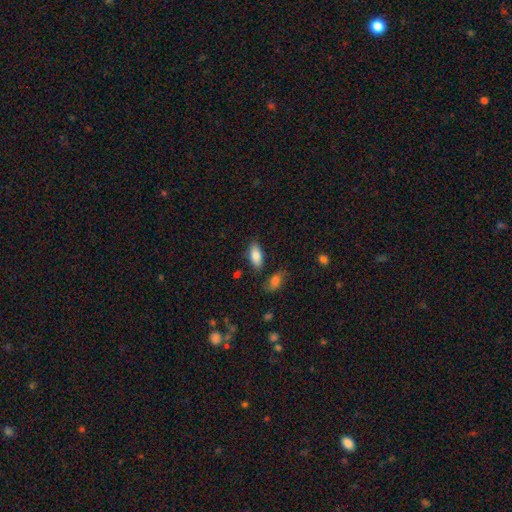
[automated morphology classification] smooth_or_featured: smooth (p=0.85) [alt: featured or disk p=0.09]
how_rounded: in between (p=0.90) [alt: cigar-shaped p=0.08]
merging: none (p=0.80) [alt: minor disturbance p=0.13]